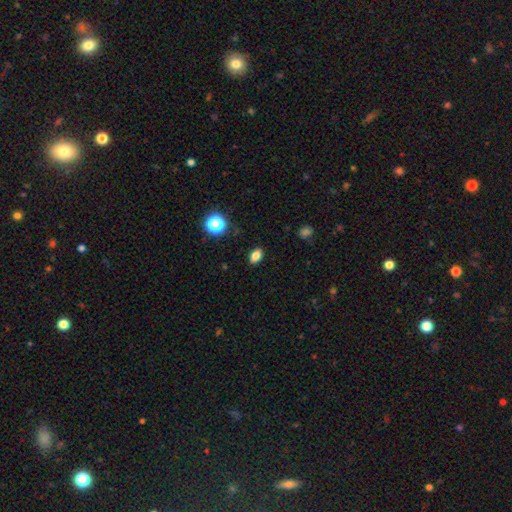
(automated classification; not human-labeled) smooth_or_featured: smooth (p=0.82) [alt: star or artifact p=0.12]
how_rounded: in between (p=0.84) [alt: round p=0.14]
merging: none (p=0.88) [alt: minor disturbance p=0.09]